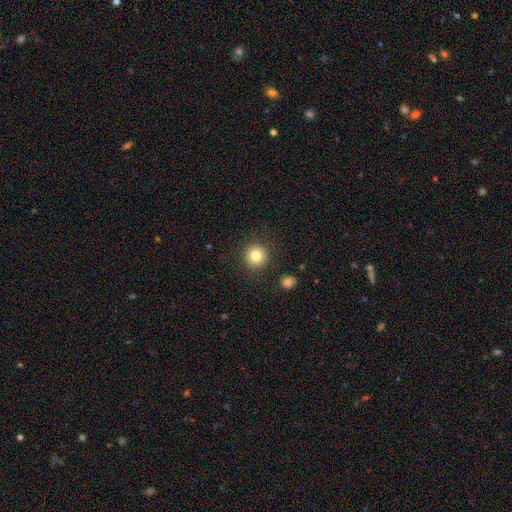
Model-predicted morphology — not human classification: Smooth or featured: smooth — 82% (star or artifact — 11%)
How rounded: round — 94% (in between — 5%)
Merging: none — 89% (minor disturbance — 7%)